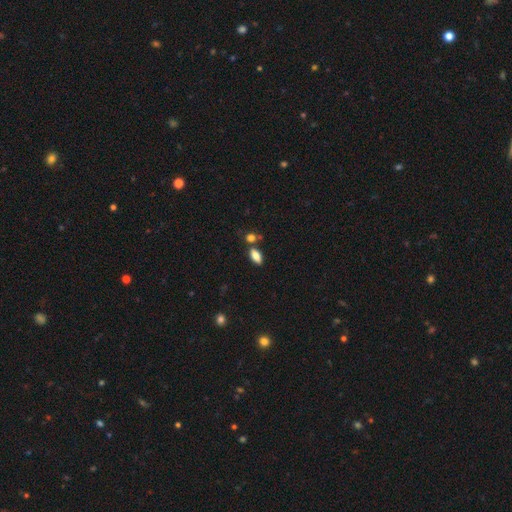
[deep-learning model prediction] The model was most divided on "merging": none: 69%, merger: 16%, minor disturbance: 11%, major disturbance: 3%. More confident: how rounded — in between (85%); smooth or featured — smooth (80%).